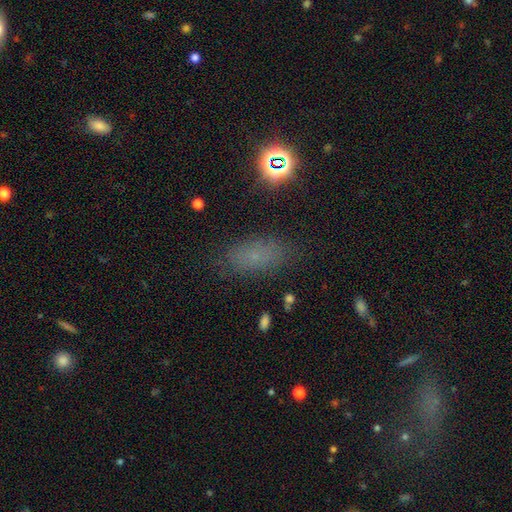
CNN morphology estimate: The model was most divided on "smooth or featured": smooth: 63%, star or artifact: 24%, featured or disk: 13%. More confident: how rounded — in between (83%); merging — none (80%).